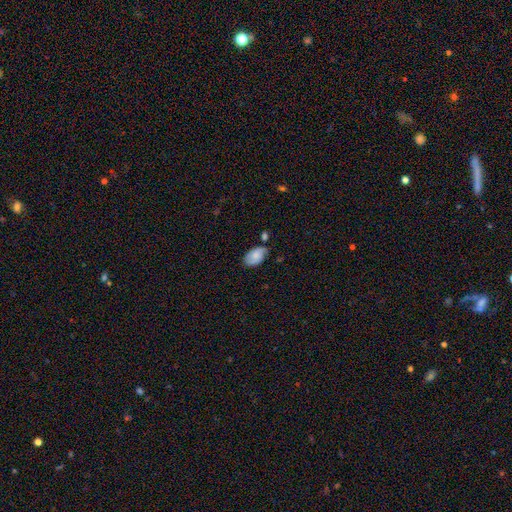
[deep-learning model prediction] A smooth galaxy with no disk features (71%) that is in between round and cigar-shaped (93%). Merging: none (65%).